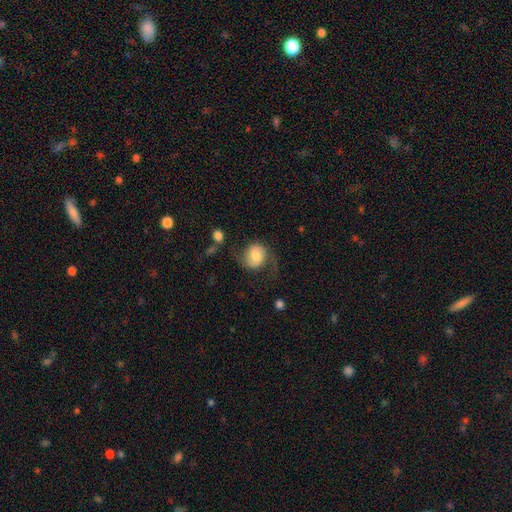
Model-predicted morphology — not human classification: A smooth galaxy with no disk features (46%, tied with featured or disk).

Vote fractions:
- Smooth or featured? smooth: 46% (tied) / featured or disk: 46% (tied) / star or artifact: 8%
- Merging? none: 54% / minor disturbance: 22% / major disturbance: 21% / merger: 3%